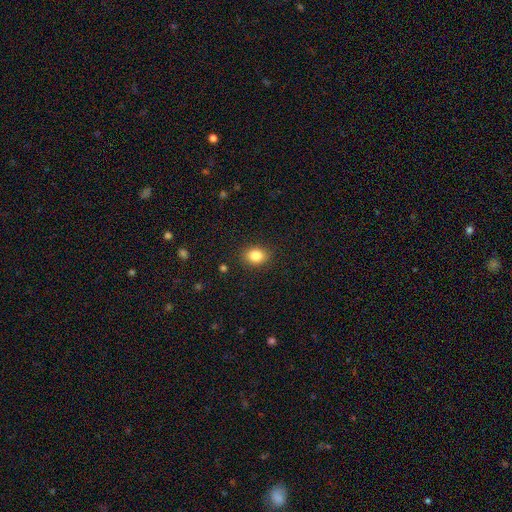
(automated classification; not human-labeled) This is clearly a smooth galaxy (84%). How rounded: possibly in between (55%). Merging: clearly none (89%).